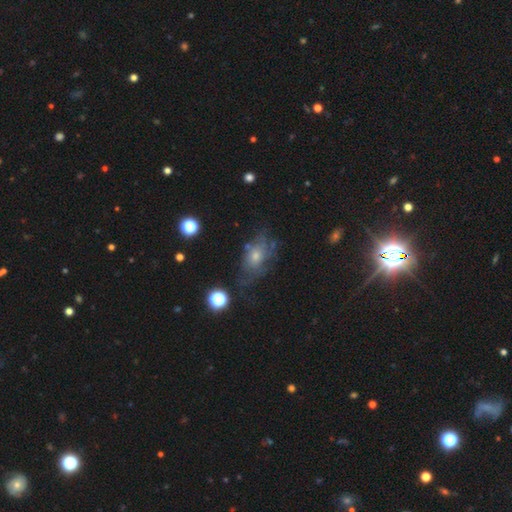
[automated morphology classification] Smooth or featured: featured or disk — 42% (smooth — 38%)
Merging: none — 55% (minor disturbance — 24%)